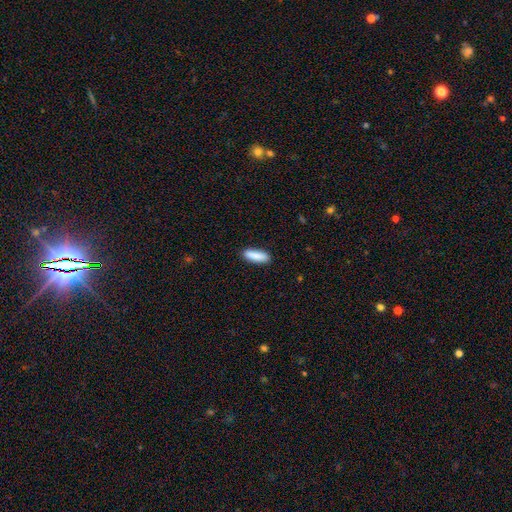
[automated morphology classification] Q: Smooth or featured?
A: smooth (89%); runner-up: star or artifact (6%)
Q: How rounded?
A: cigar-shaped (50%); runner-up: in between (48%)
Q: Merging?
A: none (89%); runner-up: minor disturbance (8%)